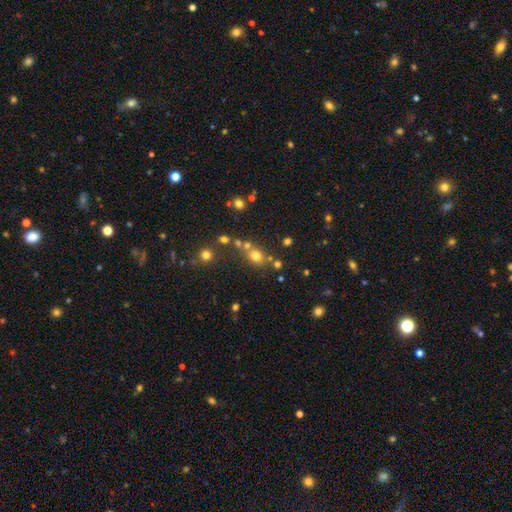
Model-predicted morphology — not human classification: type=smooth (69%); roundness=round (71%); merging=none (59%).